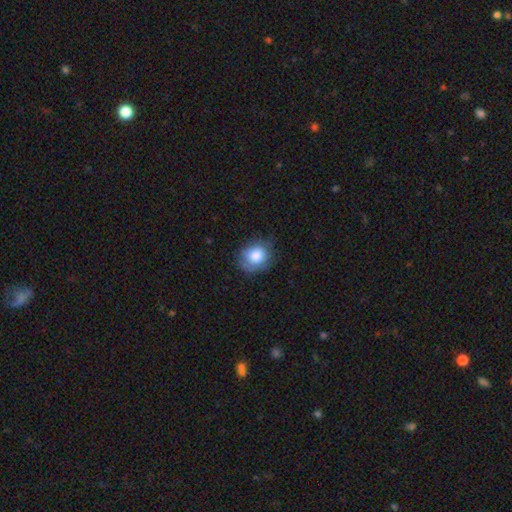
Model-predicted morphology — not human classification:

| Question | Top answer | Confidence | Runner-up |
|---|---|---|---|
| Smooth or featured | smooth | 77% | featured or disk (14%) |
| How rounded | round | 66% | in between (33%) |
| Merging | none | 65% | minor disturbance (26%) |